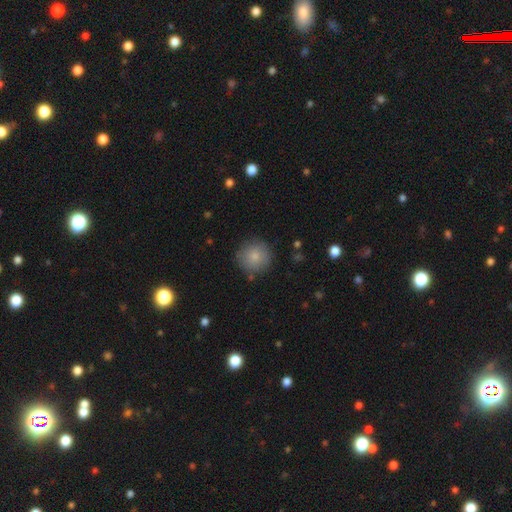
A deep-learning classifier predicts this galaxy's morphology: Overall: smooth (83%). How rounded: round (95%). Merging: none (86%).